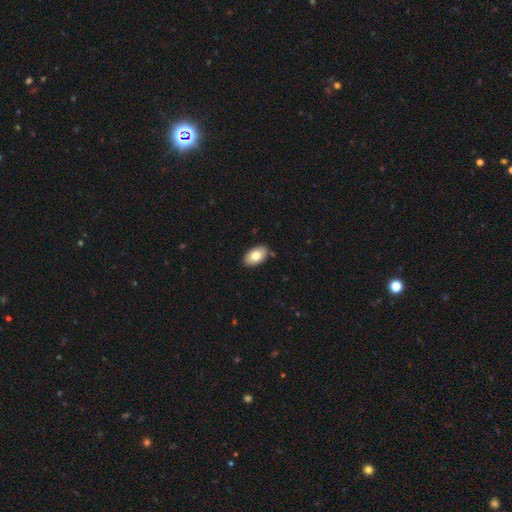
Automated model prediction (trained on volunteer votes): smooth 78%, featured or disk 16%, star or artifact 7%. Down the decision tree: how rounded — in between (93%); merging — none (87%).